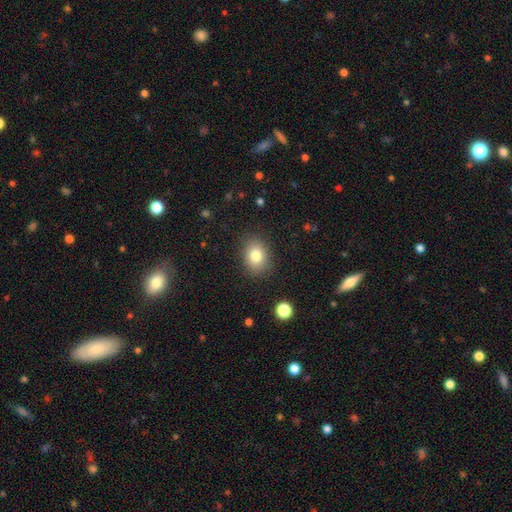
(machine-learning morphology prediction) Smooth or featured: smooth — 80% (star or artifact — 10%)
How rounded: in between — 61% (round — 38%)
Merging: none — 85% (minor disturbance — 10%)